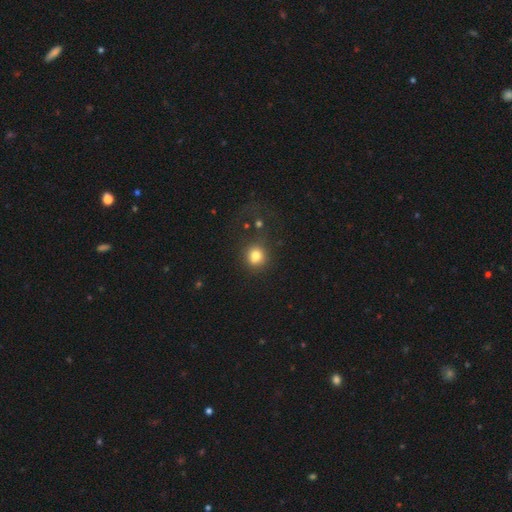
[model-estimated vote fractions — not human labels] smooth 80%, star or artifact 12%, featured or disk 8%. Down the decision tree: how rounded — round (84%); merging — none (67%).